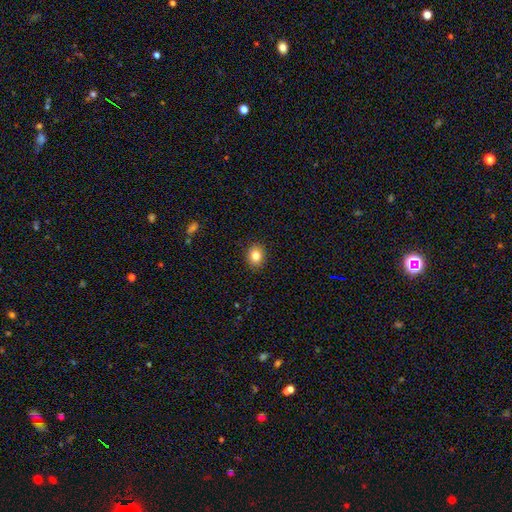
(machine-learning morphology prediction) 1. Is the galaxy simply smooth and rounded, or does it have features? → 83% smooth, 10% star or artifact, 7% featured or disk.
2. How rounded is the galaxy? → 62% round, 37% in between, 1% cigar-shaped.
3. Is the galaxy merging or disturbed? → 89% none, 8% minor disturbance, 2% major disturbance, 1% merger.